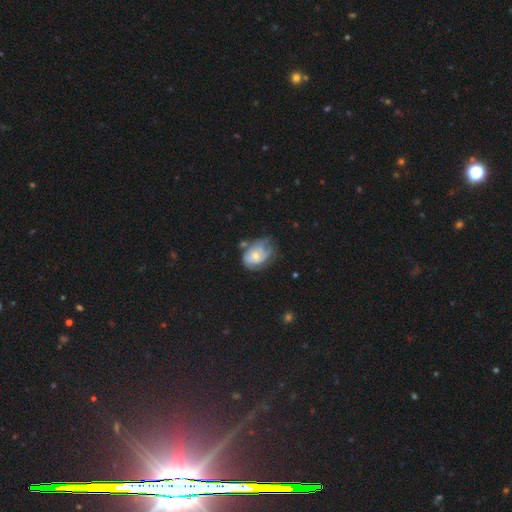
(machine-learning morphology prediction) Smooth or featured? featured or disk (66%)
Edge-on disk? no (97%)
Bar? no (76%)
Spiral arms? yes (80%)
Spiral winding? tight (55%)
Spiral arm count? can't tell (41%)
Bulge size? small (49%)
Merging? none (42%)